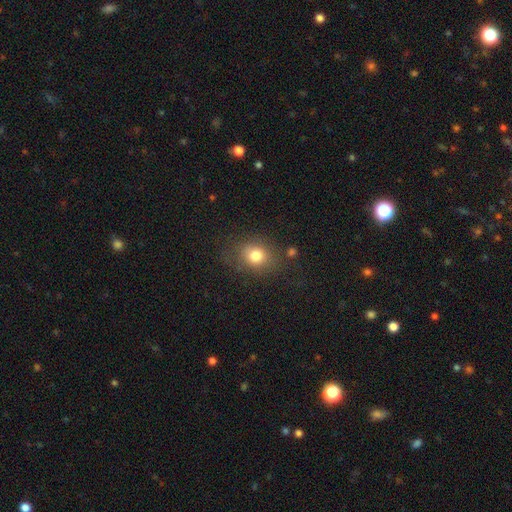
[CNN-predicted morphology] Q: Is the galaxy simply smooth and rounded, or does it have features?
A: smooth — 79%.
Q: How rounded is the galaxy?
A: round — 57%.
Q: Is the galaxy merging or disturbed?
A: none — 75%.